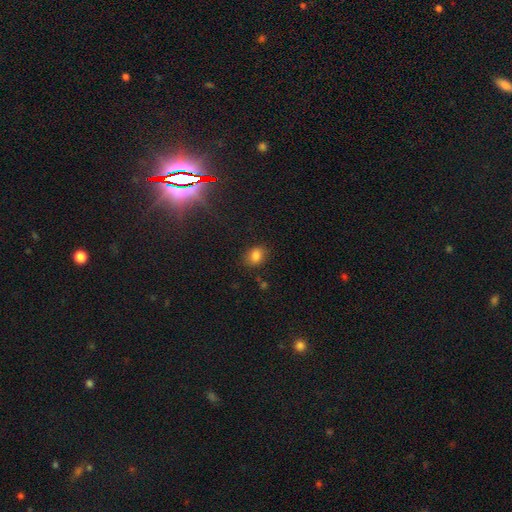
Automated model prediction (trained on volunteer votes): This appears to be a smooth galaxy with no disk features (82%) that is in between round and cigar-shaped (62%). Merging: none (81%).